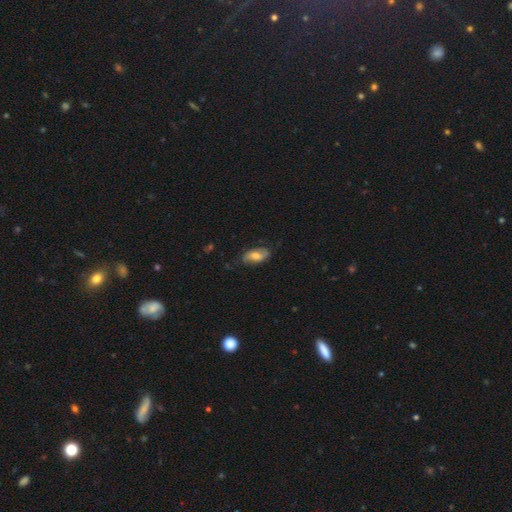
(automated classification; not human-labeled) Smooth or featured?
  - smooth: 49% *
  - featured or disk: 43%
  - star or artifact: 7%
Merging?
  - none: 71% *
  - minor disturbance: 22%
  - major disturbance: 5%
  - merger: 1%